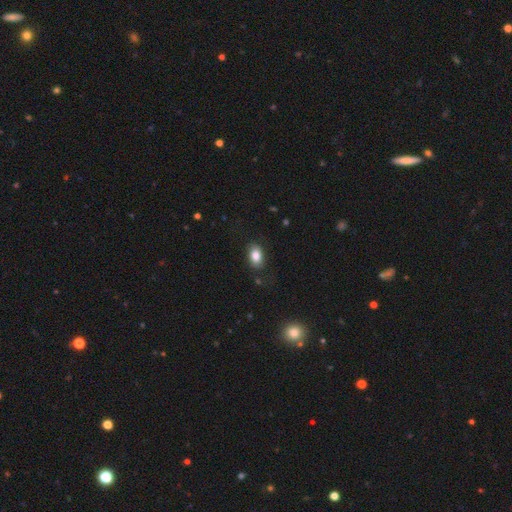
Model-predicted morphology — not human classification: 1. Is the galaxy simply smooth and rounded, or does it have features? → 84% smooth, 8% featured or disk, 8% star or artifact.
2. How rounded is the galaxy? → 86% in between, 12% round, 2% cigar-shaped.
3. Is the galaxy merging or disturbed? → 81% none, 14% minor disturbance, 4% major disturbance, 1% merger.